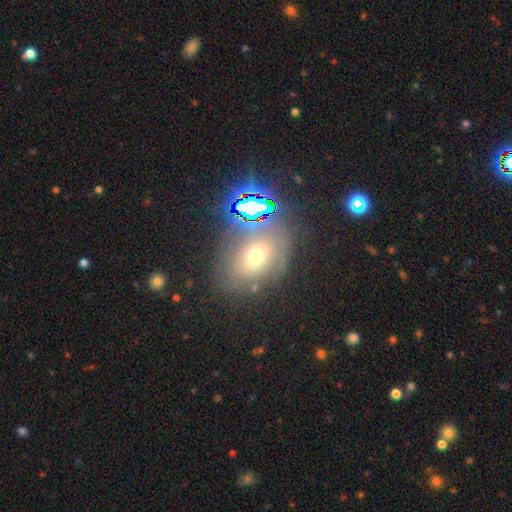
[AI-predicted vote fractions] Smooth or featured? Predicted: smooth (p=0.41). Merging? Predicted: none (p=0.65).